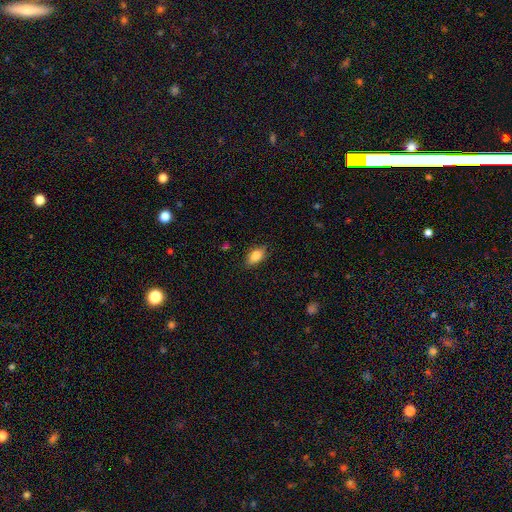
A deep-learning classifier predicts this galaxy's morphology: Smooth or featured: smooth — 83% (featured or disk — 9%)
How rounded: in between — 87% (round — 8%)
Merging: none — 84% (minor disturbance — 13%)